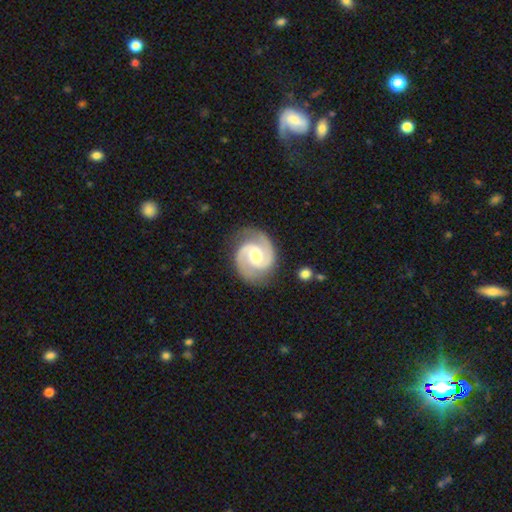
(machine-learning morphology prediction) featured or disk 92%, smooth 5%, star or artifact 4%. Down the decision tree: edge-on disk — no (98%); bar — weak (44%); spiral arms — yes (98%); spiral arm count — 2 (93%); spiral winding — medium (56%); bulge size — moderate (61%); merging — none (83%).